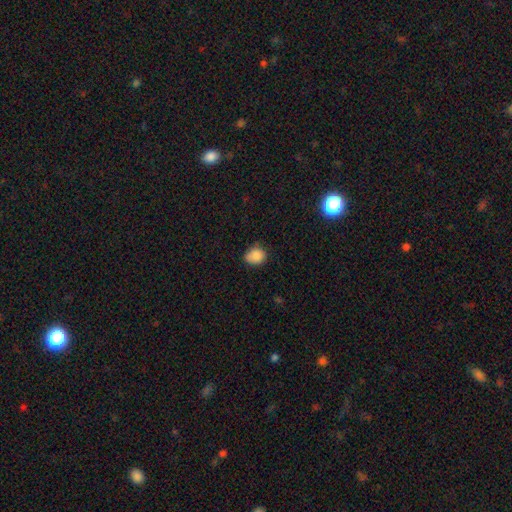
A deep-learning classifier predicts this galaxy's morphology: This is clearly a smooth galaxy (86%). How rounded: possibly round (58%). Merging: likely none (69%).